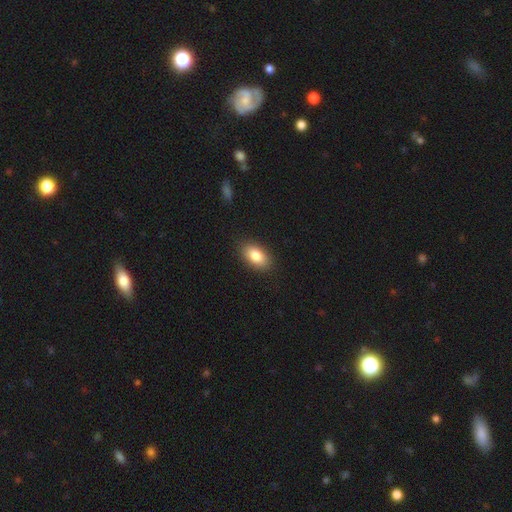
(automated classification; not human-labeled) Smooth or featured? smooth (84%)
How rounded? in between (91%)
Merging? none (88%)